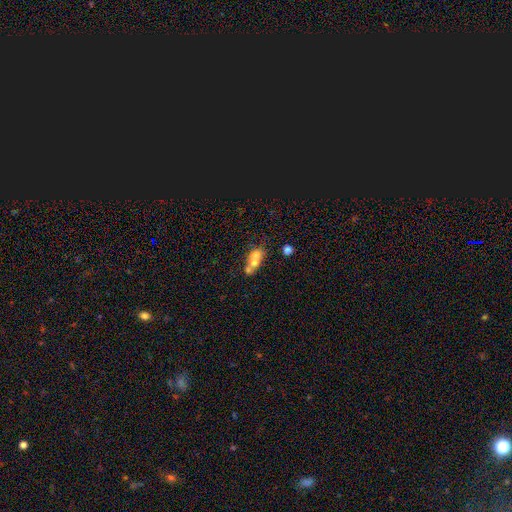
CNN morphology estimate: Smooth or featured? Predicted: smooth (p=0.58). How rounded? Predicted: in between (p=0.59). Merging? Predicted: merger (p=0.58).